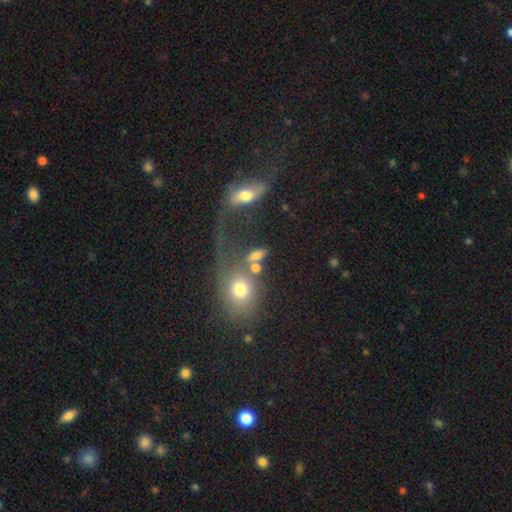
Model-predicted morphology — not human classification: This is likely a smooth galaxy (65%). How rounded: likely in between (66%). Merging: marginally none (38%).